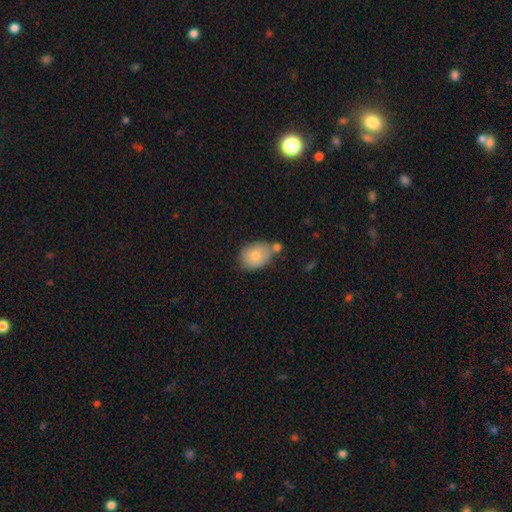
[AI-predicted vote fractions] A smooth galaxy with no disk features (77%) that is in between round and cigar-shaped (64%).

Vote fractions:
- Smooth or featured? smooth: 77% / featured or disk: 16% / star or artifact: 7%
- How rounded? in between: 64% / round: 35% / cigar-shaped: 1%
- Merging? none: 51% / merger: 23% / minor disturbance: 21% / major disturbance: 5%